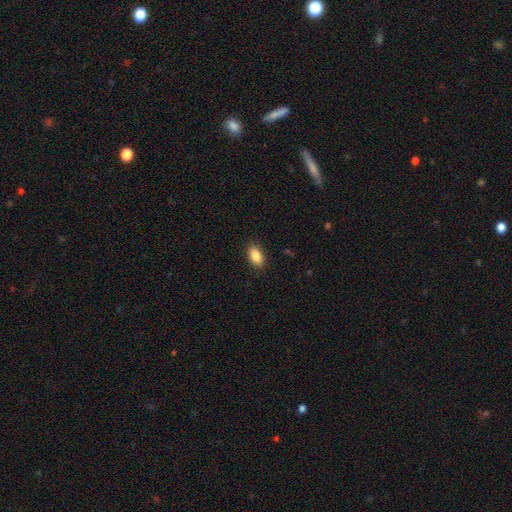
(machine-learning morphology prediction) This appears to be a smooth galaxy with no disk features (87%) that is in between round and cigar-shaped (91%). Merging: none (88%).